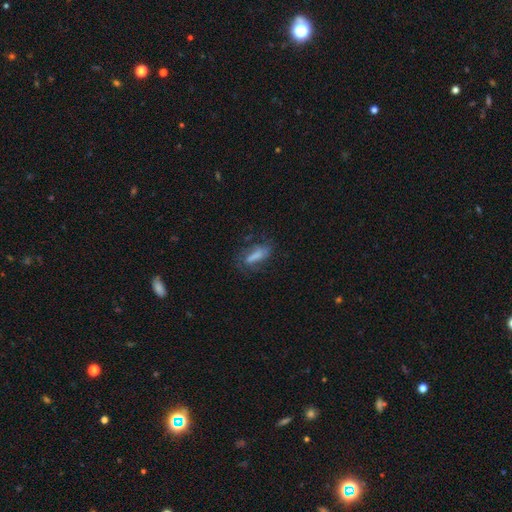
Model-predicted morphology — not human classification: A smooth galaxy with no disk features (64%) that is cigar-shaped (49%). Merging: none (55%).